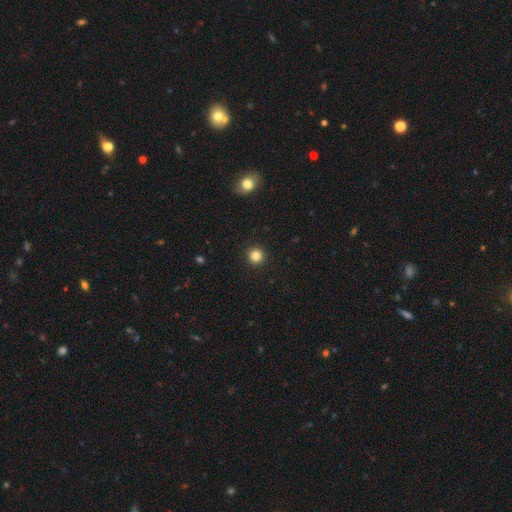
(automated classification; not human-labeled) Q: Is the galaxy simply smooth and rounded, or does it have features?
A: smooth — 83%.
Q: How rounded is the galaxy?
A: round — 95%.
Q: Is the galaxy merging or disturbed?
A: none — 93%.